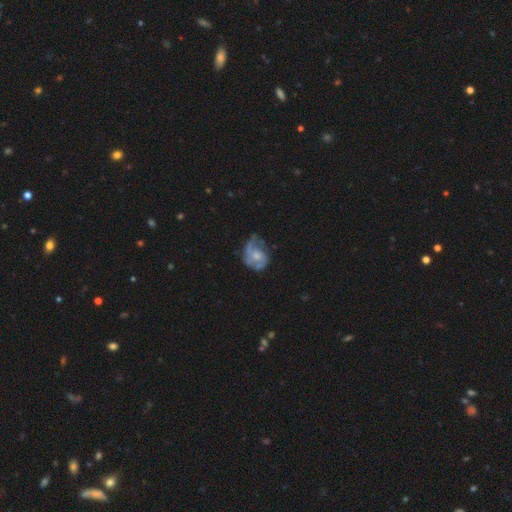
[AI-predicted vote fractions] featured or disk 67%, smooth 26%, star or artifact 7%. Down the decision tree: edge-on disk — no (98%); bar — no (74%); spiral arms — yes (77%); spiral arm count — 2 (43%); spiral winding — medium (42%); bulge size — moderate (43%); merging — none (43%).